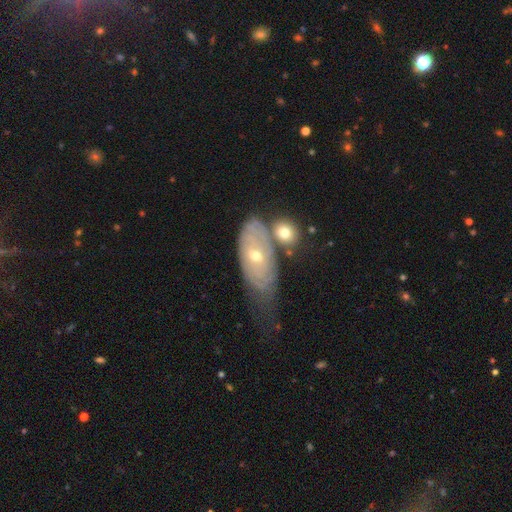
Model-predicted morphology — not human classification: type=featured or disk (63%); edge-on=no (85%); bar=no (80%); spiral arms=yes (56%); bulge=moderate (52%); merging=none (38%).